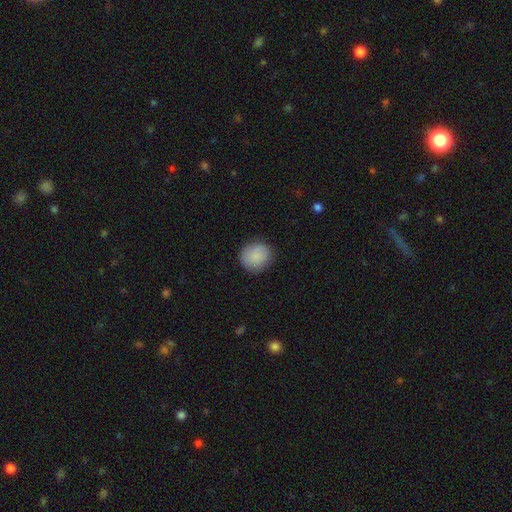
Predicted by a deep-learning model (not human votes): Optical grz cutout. It shows a smooth galaxy with no disk features (87%) that is round (83%). Merging: none (84%).